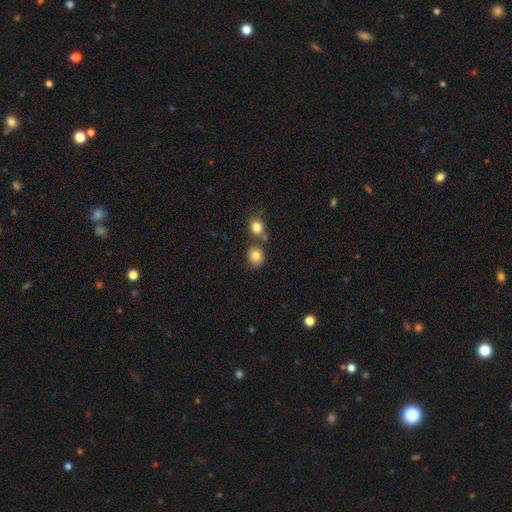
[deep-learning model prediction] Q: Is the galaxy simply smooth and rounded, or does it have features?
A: smooth — 82%.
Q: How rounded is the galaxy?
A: round — 75%.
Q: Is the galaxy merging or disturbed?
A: none — 65%.